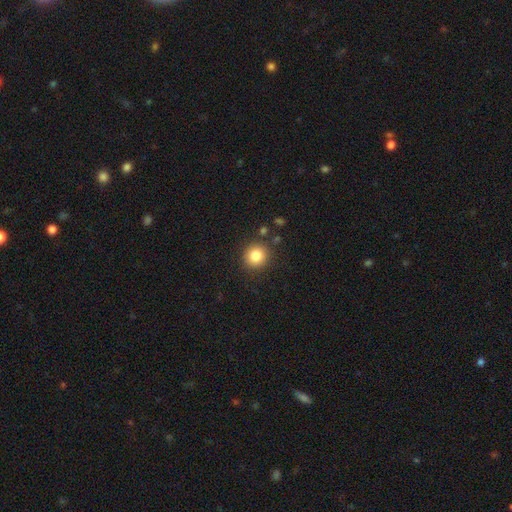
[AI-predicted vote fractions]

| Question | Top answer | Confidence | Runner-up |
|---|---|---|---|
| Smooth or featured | smooth | 84% | star or artifact (10%) |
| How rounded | round | 90% | in between (9%) |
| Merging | none | 87% | minor disturbance (8%) |